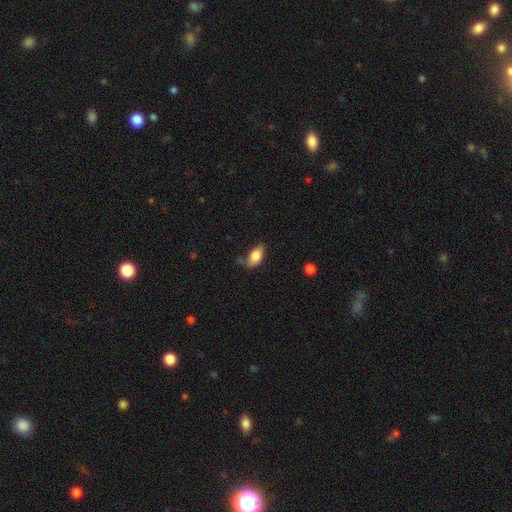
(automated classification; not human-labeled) This appears to be a smooth galaxy with no disk features (81%) that is in between round and cigar-shaped (89%). Merging: none (55%).